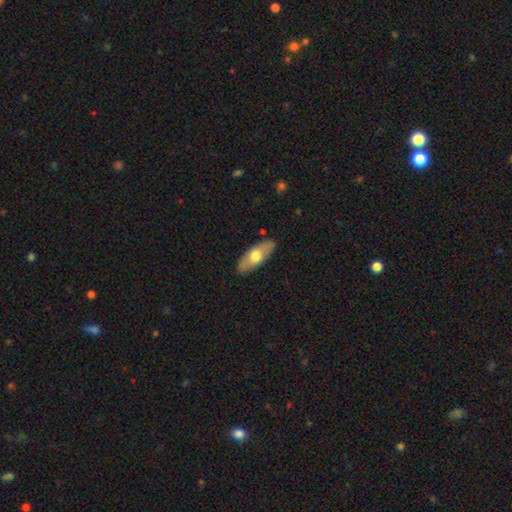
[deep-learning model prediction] A smooth galaxy with no disk features (58%) that is in between round and cigar-shaped (76%).

Vote fractions:
- Smooth or featured? smooth: 58% / featured or disk: 37% / star or artifact: 5%
- How rounded? in between: 76% / cigar-shaped: 21% / round: 3%
- Merging? none: 88% / minor disturbance: 9% / major disturbance: 2% / merger: 1%